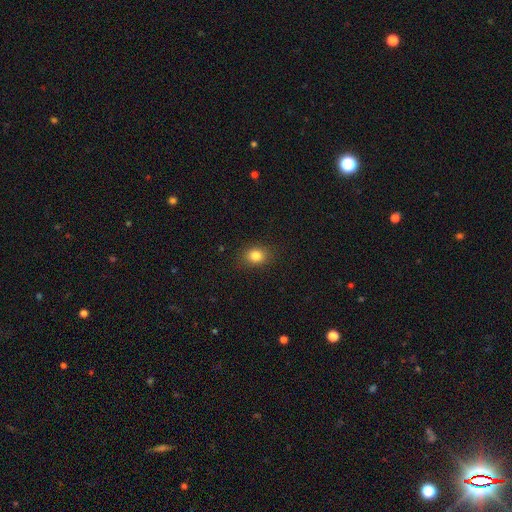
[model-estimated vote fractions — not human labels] Smooth or featured? Predicted: smooth (p=0.82). How rounded? Predicted: round (p=0.53). Merging? Predicted: none (p=0.87).